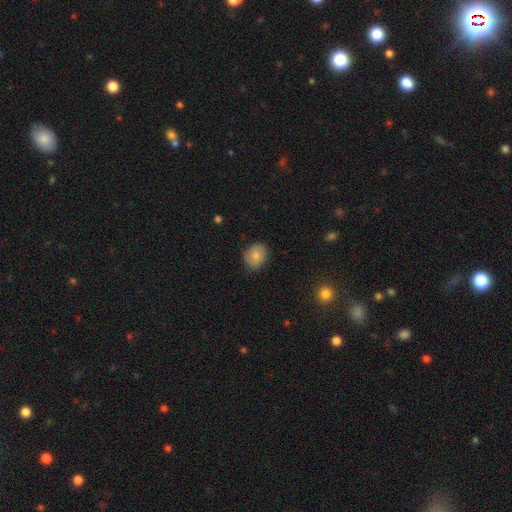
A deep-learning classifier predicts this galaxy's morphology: This appears to be a smooth galaxy with no disk features (80%) that is round (55%). Merging: none (77%).